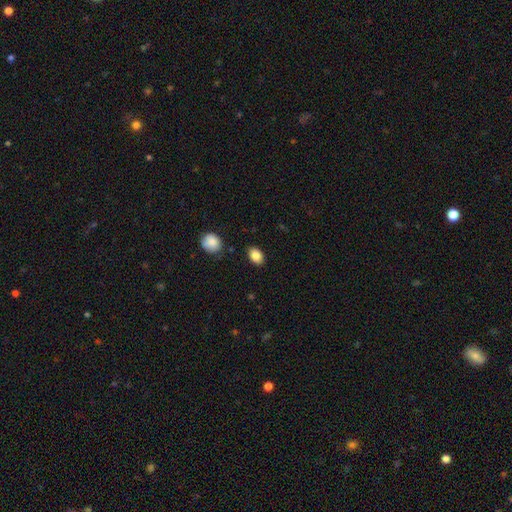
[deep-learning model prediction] A smooth galaxy with no disk features (85%) that is in between round and cigar-shaped (80%). Merging: none (85%).